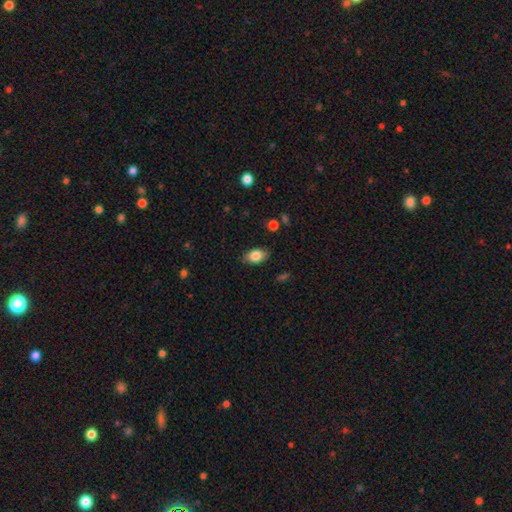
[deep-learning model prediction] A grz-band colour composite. It shows a smooth galaxy with no disk features (82%) that is in between round and cigar-shaped (87%). Merging: none (83%).